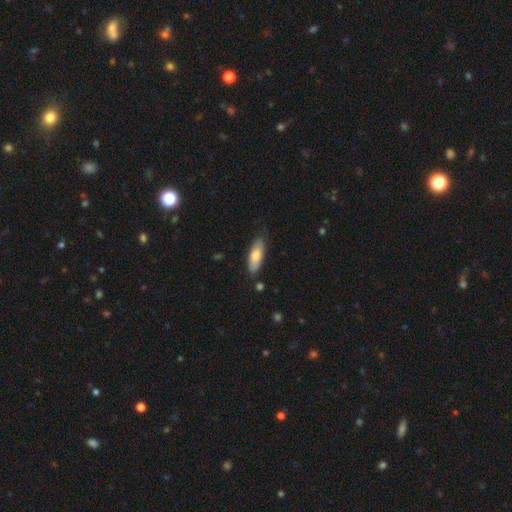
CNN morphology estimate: The model was most divided on "how rounded": in between: 69%, cigar-shaped: 29%, round: 2%. More confident: smooth or featured — smooth (74%); merging — none (73%).